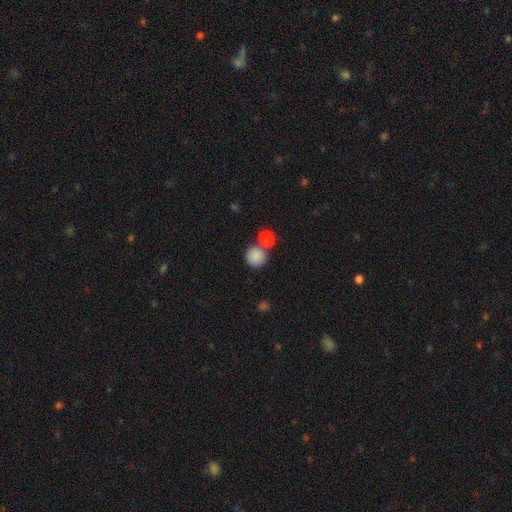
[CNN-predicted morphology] A smooth galaxy with no disk features (86%) that is round (93%). Merging: none (69%).